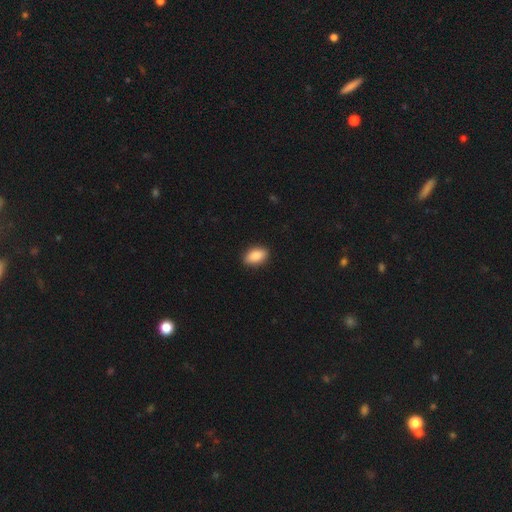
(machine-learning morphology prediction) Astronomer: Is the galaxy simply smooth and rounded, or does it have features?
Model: smooth — 88%.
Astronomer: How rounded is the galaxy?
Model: in between — 91%.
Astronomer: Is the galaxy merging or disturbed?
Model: none — 89%.